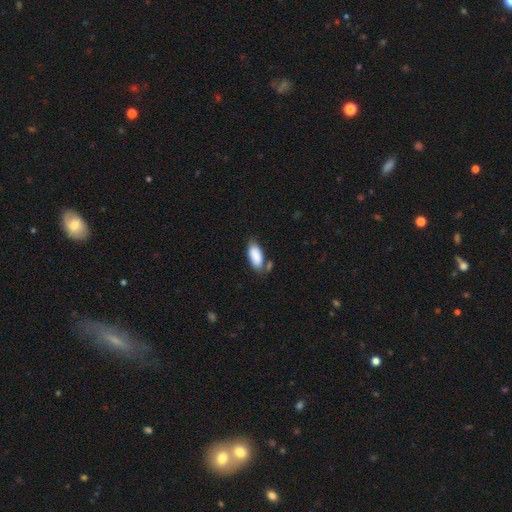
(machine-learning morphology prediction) This is clearly a smooth galaxy (87%). How rounded: clearly in between (89%). Merging: likely none (61%).